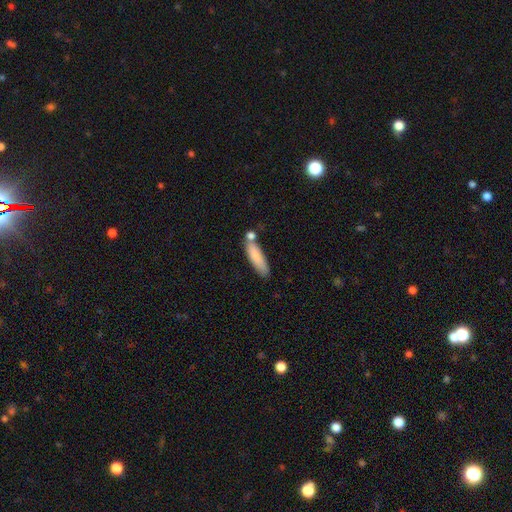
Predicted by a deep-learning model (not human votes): This is clearly a smooth galaxy (80%). How rounded: likely cigar-shaped (64%). Merging: possibly none (59%).